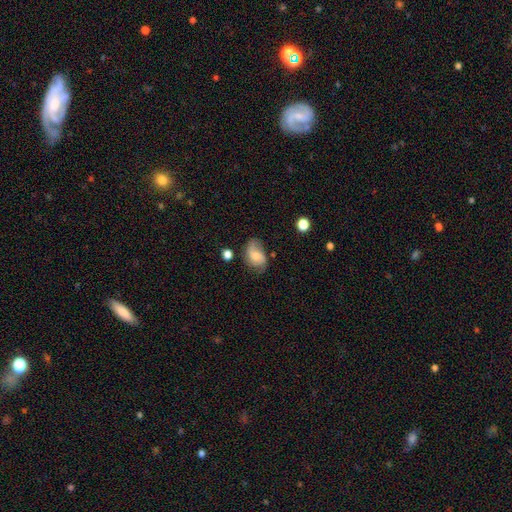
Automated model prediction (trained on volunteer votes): Smooth or featured? featured or disk (50%)
Merging? none (62%)